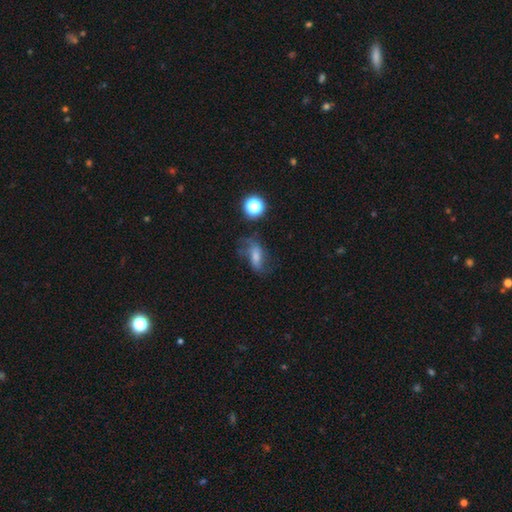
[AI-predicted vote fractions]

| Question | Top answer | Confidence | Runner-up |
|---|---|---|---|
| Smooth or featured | smooth | 52% | featured or disk (34%) |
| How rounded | in between | 77% | cigar-shaped (12%) |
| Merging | none | 46% | minor disturbance (26%) |